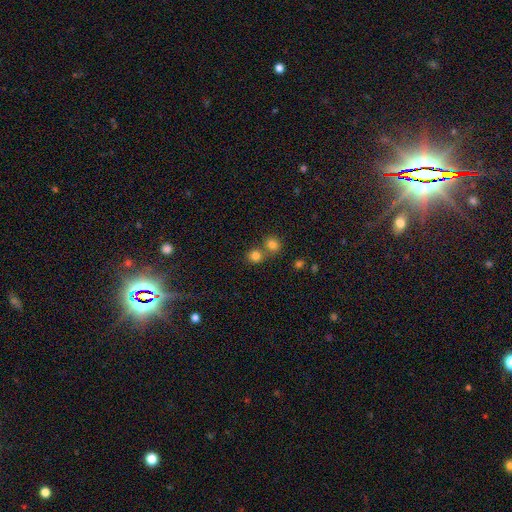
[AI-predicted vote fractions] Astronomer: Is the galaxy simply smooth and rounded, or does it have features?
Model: smooth — 80%.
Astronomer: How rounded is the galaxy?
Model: round — 87%.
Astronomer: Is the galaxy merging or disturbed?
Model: none — 56% (runner-up: merger, 36%).